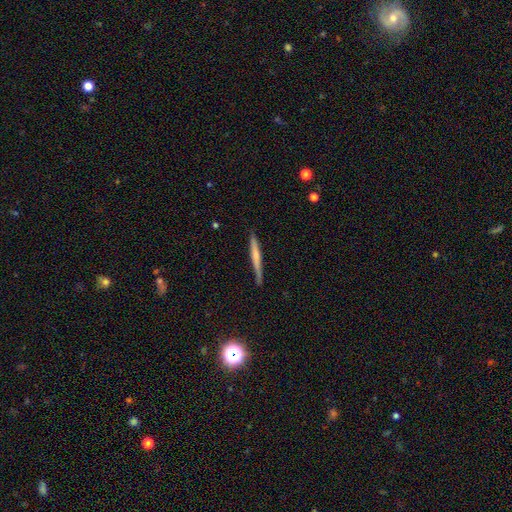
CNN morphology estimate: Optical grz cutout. It shows a smooth galaxy with no disk features (48%). Merging: none (86%).